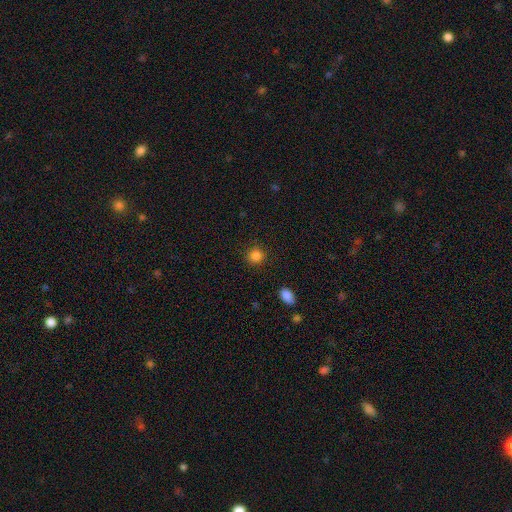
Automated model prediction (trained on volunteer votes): Smooth or featured: smooth — 85% (star or artifact — 12%)
How rounded: round — 92% (in between — 7%)
Merging: none — 90% (minor disturbance — 6%)